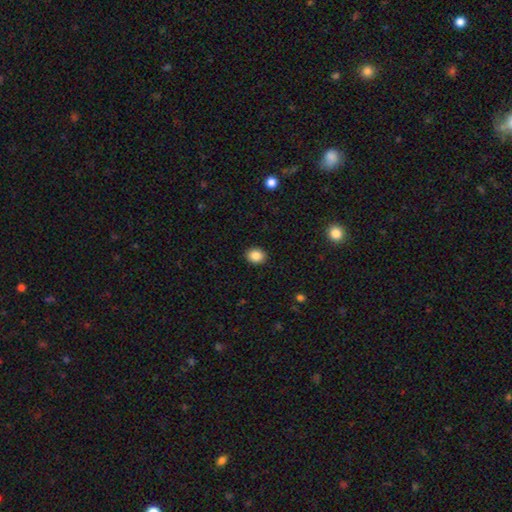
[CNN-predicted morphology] The model was most divided on "how rounded": round: 54%, in between: 45%, cigar-shaped: 1%. More confident: merging — none (91%); smooth or featured — smooth (86%).